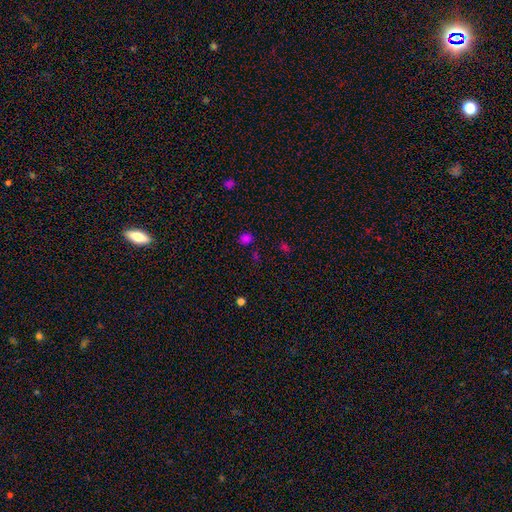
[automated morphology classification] A smooth galaxy with no disk features (62%) that is round (76%). Merging: none (80%).